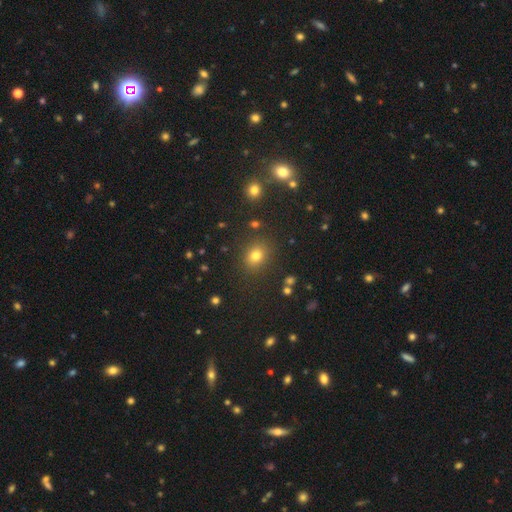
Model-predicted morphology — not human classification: This is likely a smooth galaxy (75%). How rounded: possibly round (58%). Merging: clearly none (85%).